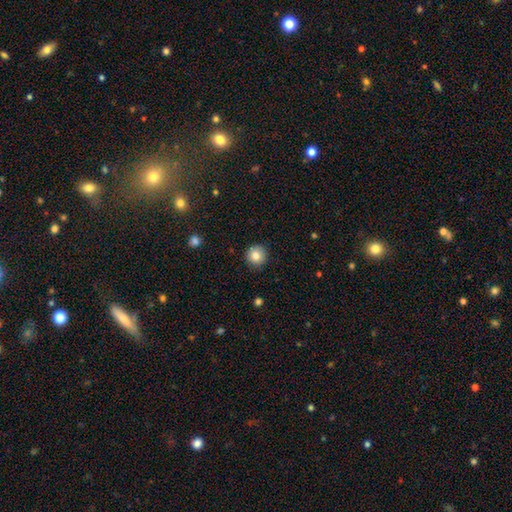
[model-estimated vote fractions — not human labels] smooth 82%, star or artifact 10%, featured or disk 9%. Down the decision tree: how rounded — round (95%); merging — none (90%).